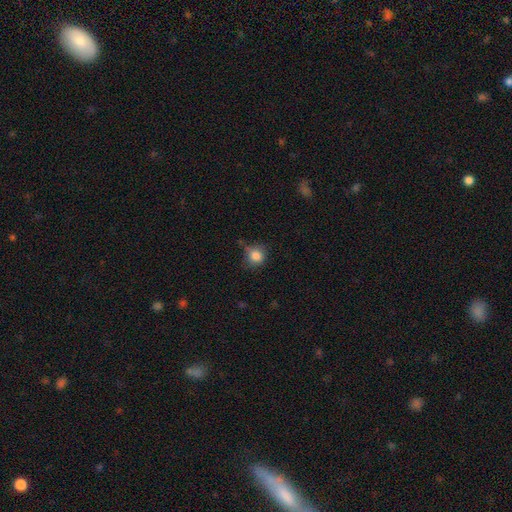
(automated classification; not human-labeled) Smooth or featured: smooth — 83% (star or artifact — 10%)
How rounded: round — 83% (in between — 16%)
Merging: none — 66% (minor disturbance — 24%)